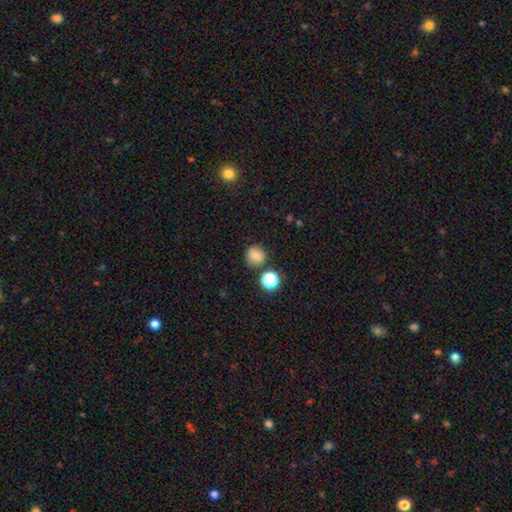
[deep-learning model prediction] A smooth galaxy with no disk features (80%) that is round (91%). Merging: none (81%).